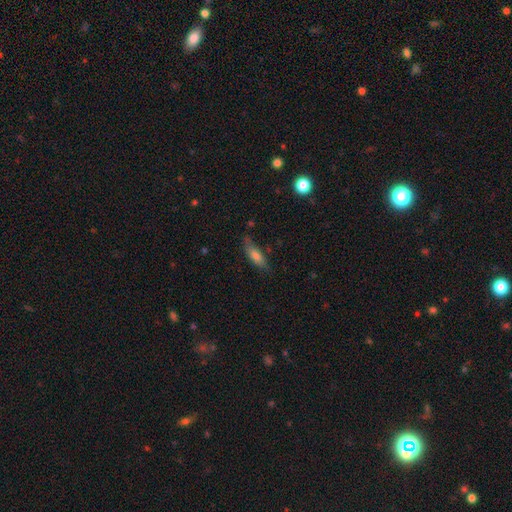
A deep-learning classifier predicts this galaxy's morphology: The model was most divided on "how rounded": cigar-shaped: 50%, in between: 48%, round: 2%. More confident: merging — none (70%); smooth or featured — smooth (69%).